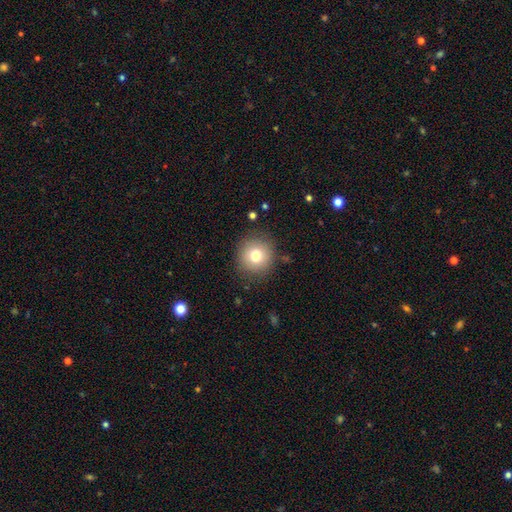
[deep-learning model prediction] Smooth or featured? Predicted: smooth (p=0.78). How rounded? Predicted: round (p=0.92). Merging? Predicted: none (p=0.86).